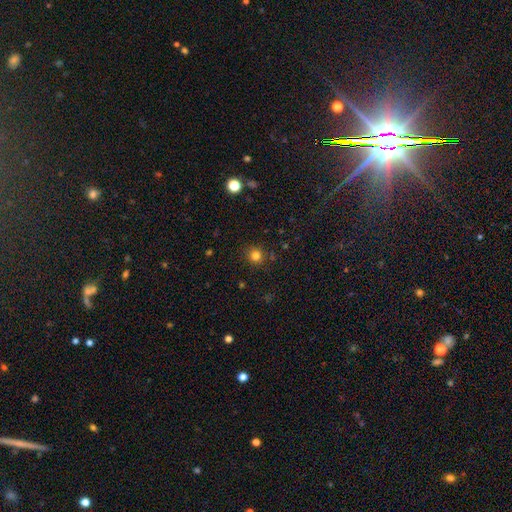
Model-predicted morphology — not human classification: type=smooth (81%); roundness=round (92%); merging=none (88%).